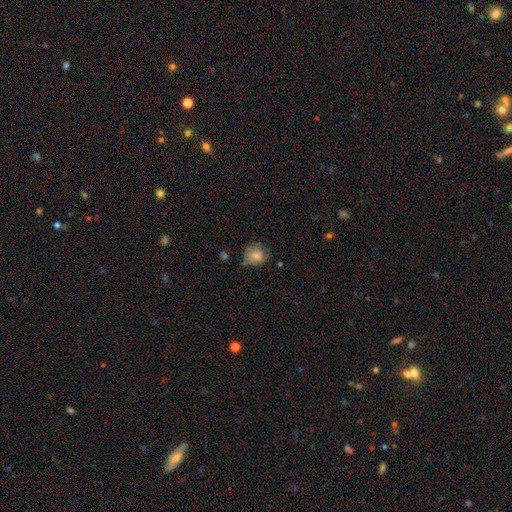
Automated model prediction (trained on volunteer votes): A smooth galaxy with no disk features (77%) that is round (75%). Merging: none (53%).